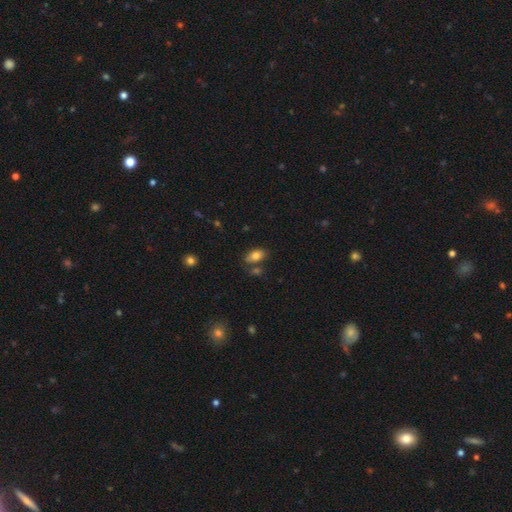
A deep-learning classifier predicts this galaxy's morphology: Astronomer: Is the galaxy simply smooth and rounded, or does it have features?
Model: smooth — 80%.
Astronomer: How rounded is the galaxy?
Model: in between — 91%.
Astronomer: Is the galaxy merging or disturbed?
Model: none — 66%.